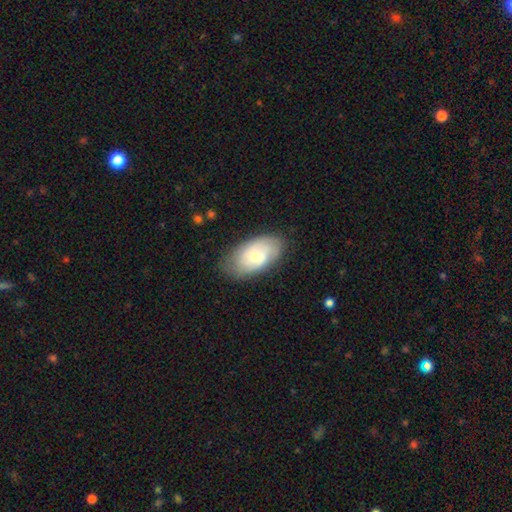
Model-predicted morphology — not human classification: A smooth galaxy with no disk features (52%) that is in between round and cigar-shaped (92%). Merging: none (76%).